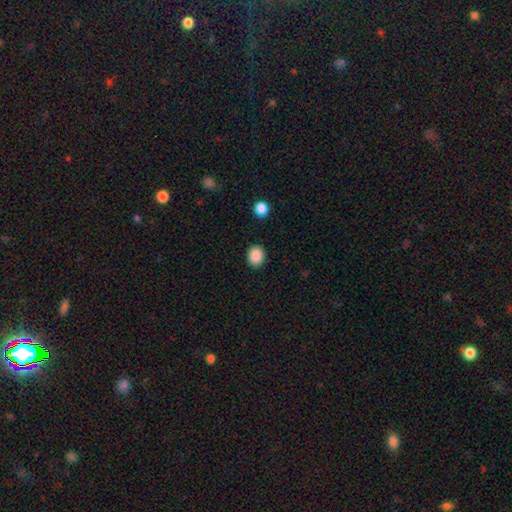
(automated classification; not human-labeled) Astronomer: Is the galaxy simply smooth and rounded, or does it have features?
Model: smooth — 88%.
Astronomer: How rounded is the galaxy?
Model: round — 56% (runner-up: in between, 44%).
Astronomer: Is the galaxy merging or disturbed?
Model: none — 89%.